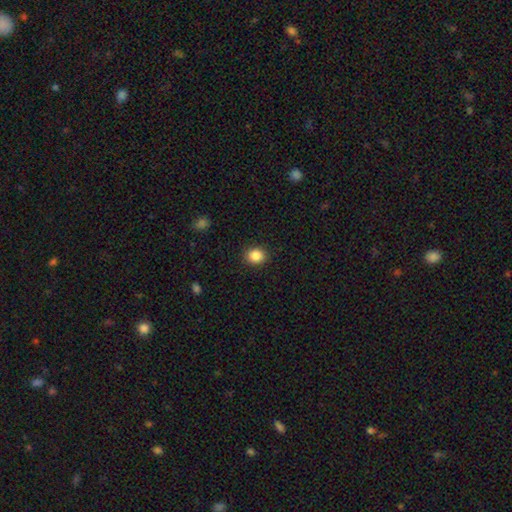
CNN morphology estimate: A smooth galaxy with no disk features (86%) that is round (73%).

Vote fractions:
- Smooth or featured? smooth: 86% / star or artifact: 10% / featured or disk: 4%
- How rounded? round: 73% / in between: 27% / cigar-shaped: 1%
- Merging? none: 90% / minor disturbance: 7% / major disturbance: 2% / merger: 1%